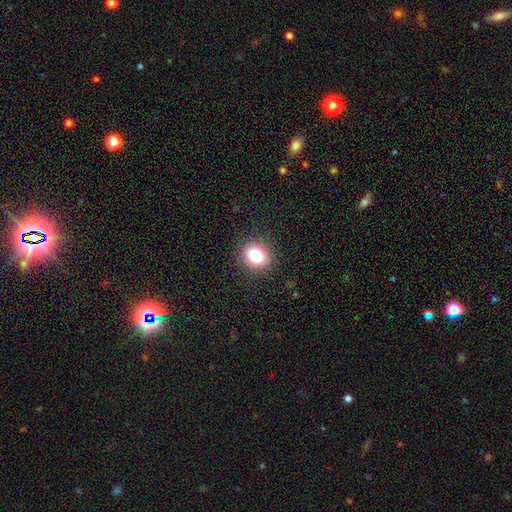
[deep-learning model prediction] Smooth or featured? smooth (84%)
How rounded? round (63%)
Merging? none (88%)